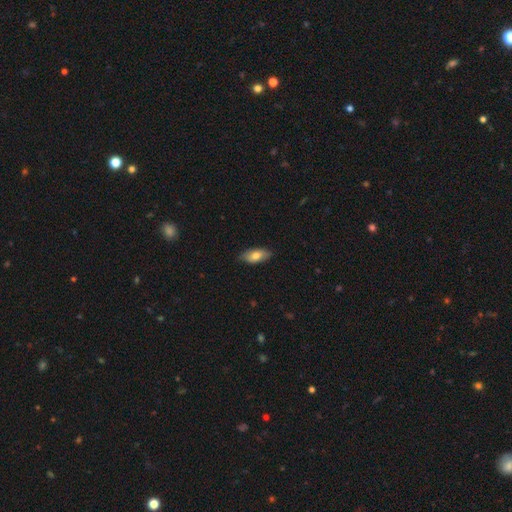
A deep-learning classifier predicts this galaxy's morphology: smooth_or_featured: smooth (p=0.74) [alt: featured or disk p=0.19]
how_rounded: in between (p=0.86) [alt: cigar-shaped p=0.11]
merging: none (p=0.84) [alt: minor disturbance p=0.13]